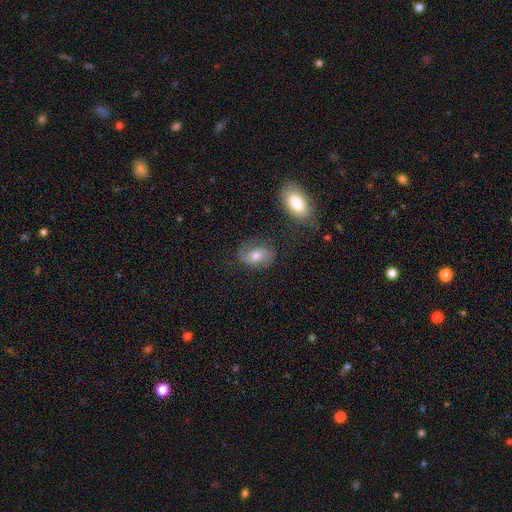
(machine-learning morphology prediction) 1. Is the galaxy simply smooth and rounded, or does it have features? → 48% featured or disk, 43% smooth, 9% star or artifact.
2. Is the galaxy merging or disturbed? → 61% none, 21% minor disturbance, 12% major disturbance, 5% merger.